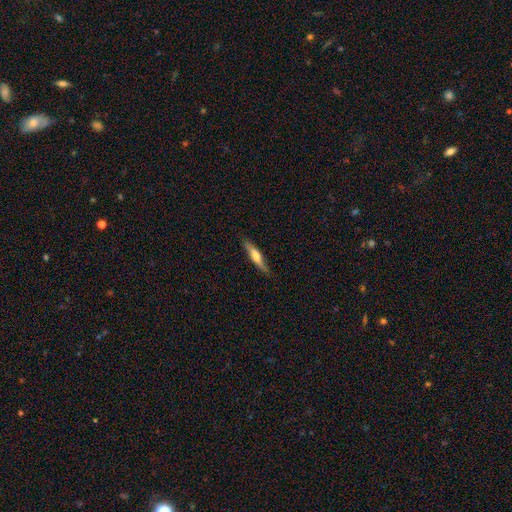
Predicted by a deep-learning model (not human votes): Overall: smooth (48%; featured or disk 46%). Merging: none (81%).